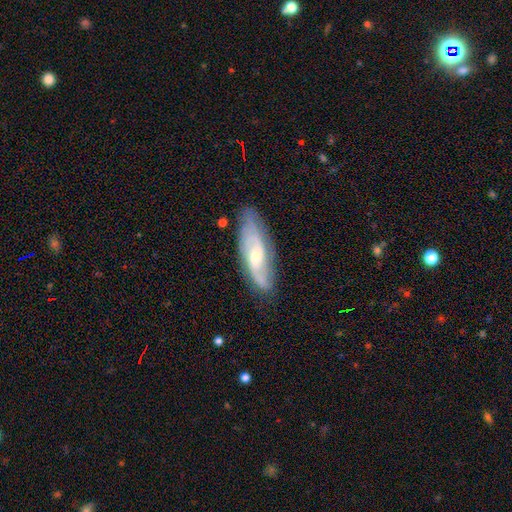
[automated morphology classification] type=featured or disk (76%); edge-on=no (85%); bar=weak (46%); spiral arms=yes (93%); winding=medium (45%); arm count=2 (56%); bulge=small (48%); merging=none (75%).